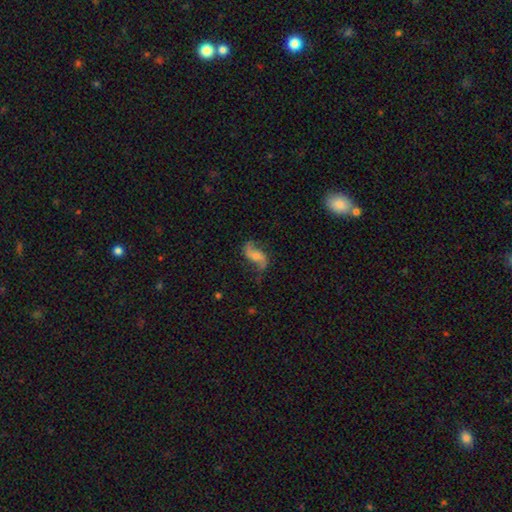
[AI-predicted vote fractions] Overall: featured or disk (77%). Edge-on disk: no (96%). Bar: no (49%; weak 38%). Spiral arms: yes (94%). Spiral arm count: 2 (92%). Spiral winding: loose (78%). Bulge size: small (38%; moderate 35%). Merging: none (71%).